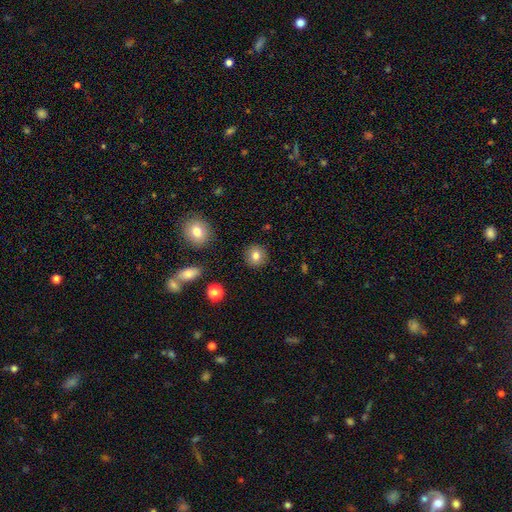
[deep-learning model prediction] smooth_or_featured: smooth (p=0.81) [alt: star or artifact p=0.11]
how_rounded: round (p=0.91) [alt: in between p=0.08]
merging: none (p=0.90) [alt: minor disturbance p=0.06]